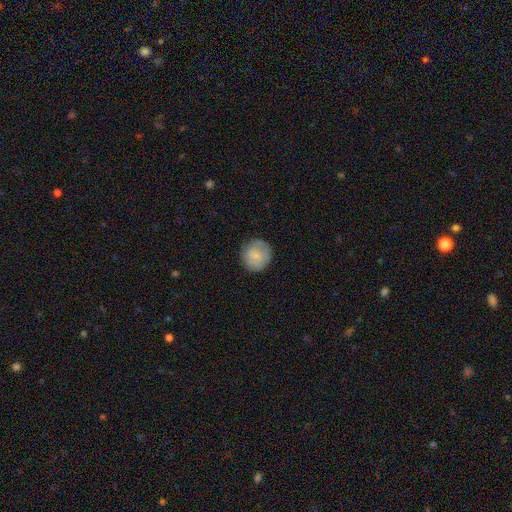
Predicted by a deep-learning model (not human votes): smooth 78%, featured or disk 15%, star or artifact 7%. Down the decision tree: how rounded — round (91%); merging — none (80%).